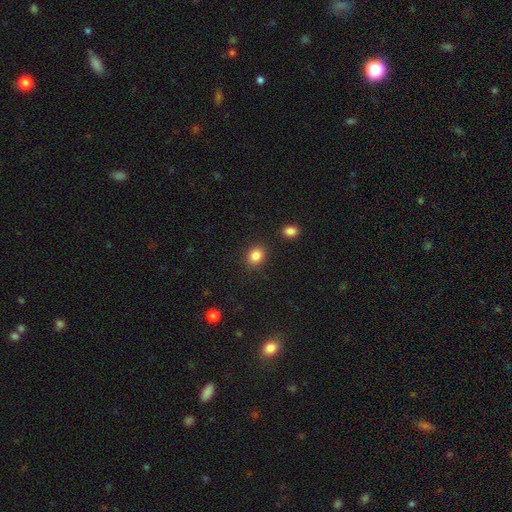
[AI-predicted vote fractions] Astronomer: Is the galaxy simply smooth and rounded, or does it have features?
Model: smooth — 85%.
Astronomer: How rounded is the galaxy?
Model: round — 59% (runner-up: in between, 40%).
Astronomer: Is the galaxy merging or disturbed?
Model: none — 86%.